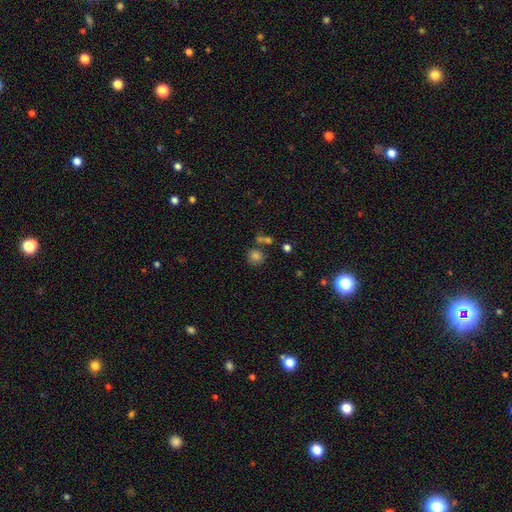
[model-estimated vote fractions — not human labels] Smooth or featured? smooth (79%)
How rounded? round (84%)
Merging? none (65%)